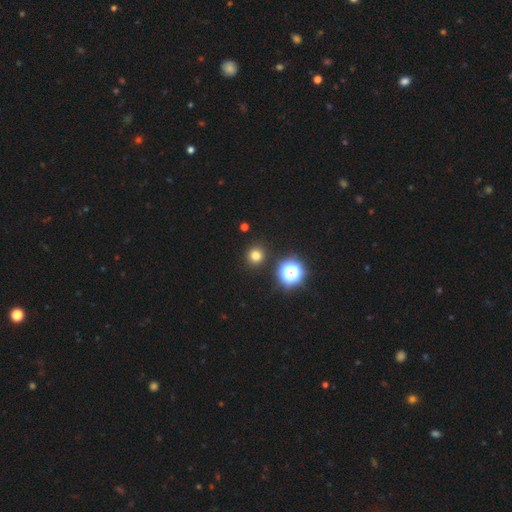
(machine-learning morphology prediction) This appears to be a smooth galaxy with no disk features (75%) that is round (91%). Merging: none (90%).